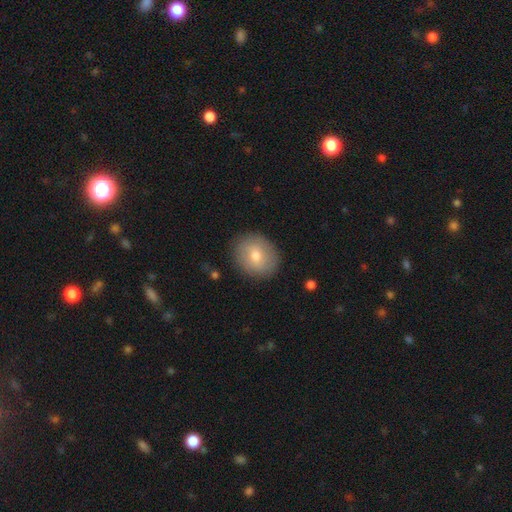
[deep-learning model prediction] Overall: smooth (66%). How rounded: round (65%; in between 34%). Merging: none (86%).